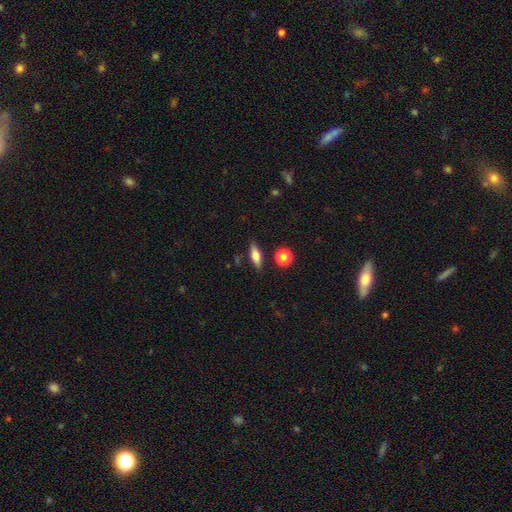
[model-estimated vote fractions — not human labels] smooth 63%, featured or disk 28%, star or artifact 9%. Down the decision tree: how rounded — in between (53%); merging — none (84%).